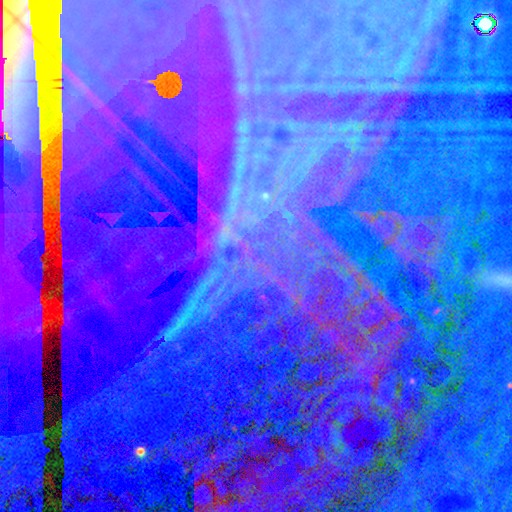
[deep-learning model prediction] Smooth or featured: star or artifact — 89% (featured or disk — 6%)